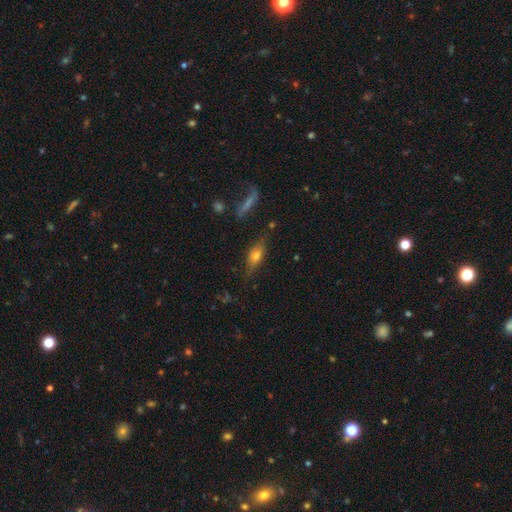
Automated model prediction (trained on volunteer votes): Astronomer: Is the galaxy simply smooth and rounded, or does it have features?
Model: smooth — 55% (runner-up: featured or disk, 35%).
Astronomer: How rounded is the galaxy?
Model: in between — 61%.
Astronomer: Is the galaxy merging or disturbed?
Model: none — 71%.